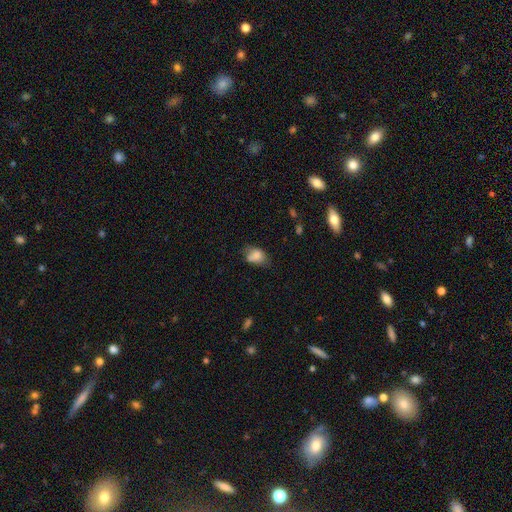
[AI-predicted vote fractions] This is likely a smooth galaxy (76%). How rounded: likely in between (74%). Merging: marginally none (45%).